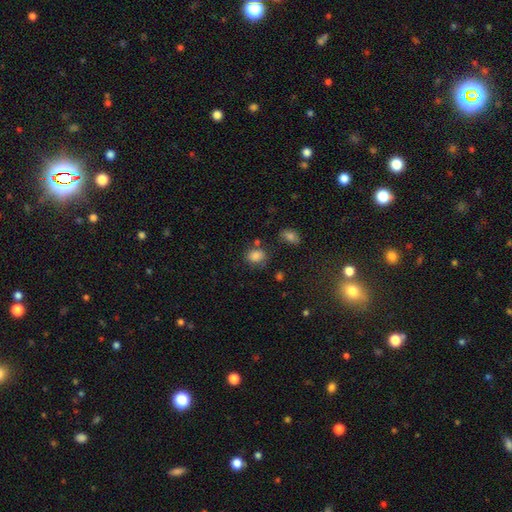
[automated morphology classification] A smooth galaxy with no disk features (83%) that is in between round and cigar-shaped (62%).

Vote fractions:
- Smooth or featured? smooth: 83% / star or artifact: 10% / featured or disk: 7%
- How rounded? in between: 62% / round: 37% / cigar-shaped: 1%
- Merging? none: 62% / minor disturbance: 21% / merger: 9% / major disturbance: 8%